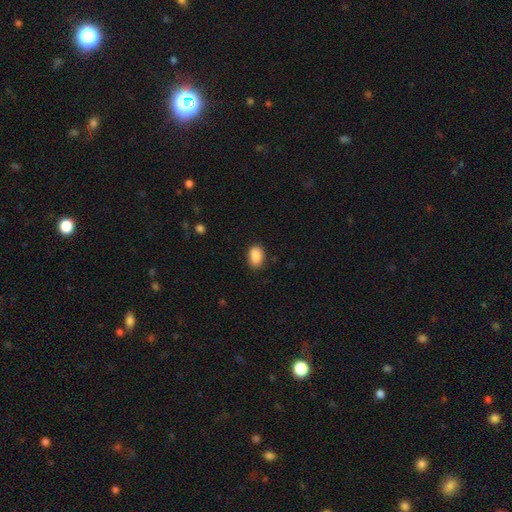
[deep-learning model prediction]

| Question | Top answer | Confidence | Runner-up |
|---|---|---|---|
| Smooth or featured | smooth | 89% | star or artifact (8%) |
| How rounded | in between | 83% | round (16%) |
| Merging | none | 86% | minor disturbance (11%) |